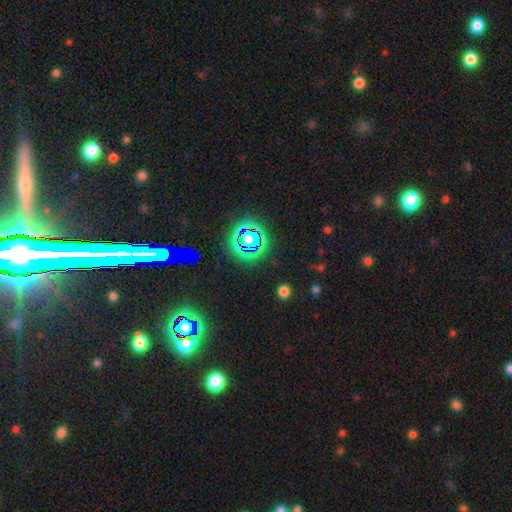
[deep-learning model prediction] Overall: star or artifact (70%).